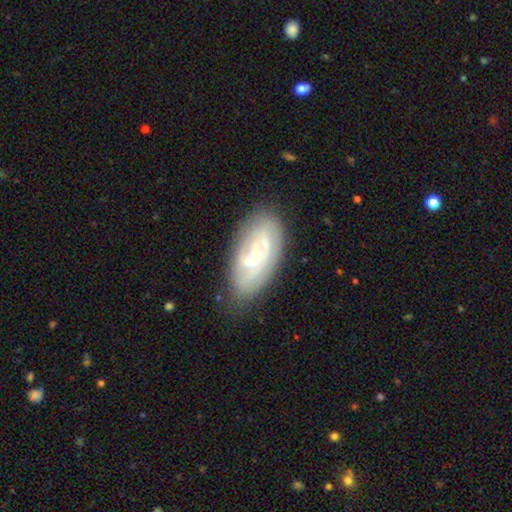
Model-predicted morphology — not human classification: Smooth or featured: featured or disk — 64% (smooth — 28%)
Edge-on disk: no — 92% (yes — 8%)
Bar: no — 60% (weak — 31%)
Spiral arms: yes — 70% (no — 30%)
Bulge size: small — 70% (moderate — 19%)
Merging: none — 74% (minor disturbance — 17%)